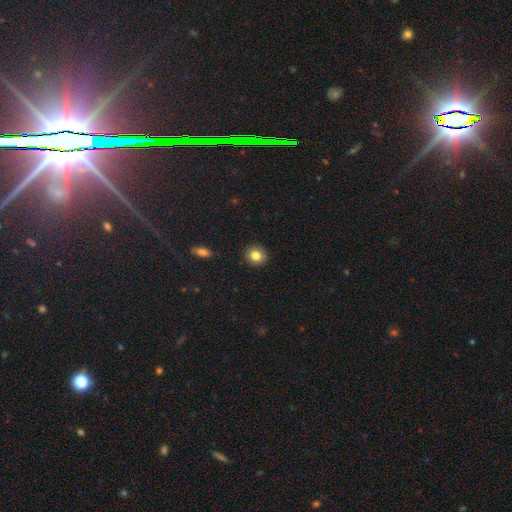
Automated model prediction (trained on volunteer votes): Smooth or featured? smooth (83%)
How rounded? round (82%)
Merging? none (90%)